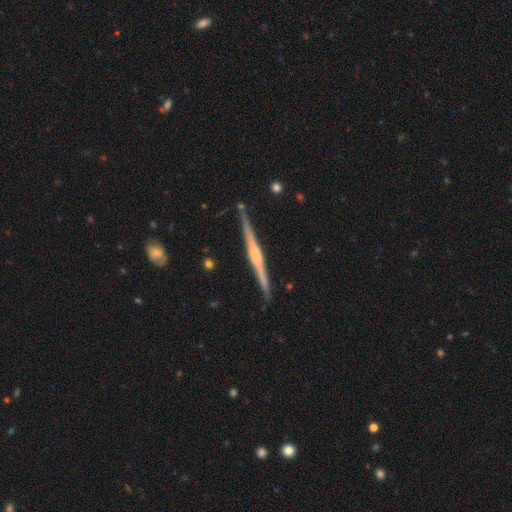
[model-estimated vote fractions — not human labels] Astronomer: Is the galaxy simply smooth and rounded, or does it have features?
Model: featured or disk — 80%.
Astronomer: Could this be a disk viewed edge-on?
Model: yes — 98%.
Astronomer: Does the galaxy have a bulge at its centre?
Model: rounded — 48% (runner-up: boxy, 28%).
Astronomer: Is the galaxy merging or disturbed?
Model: none — 88%.